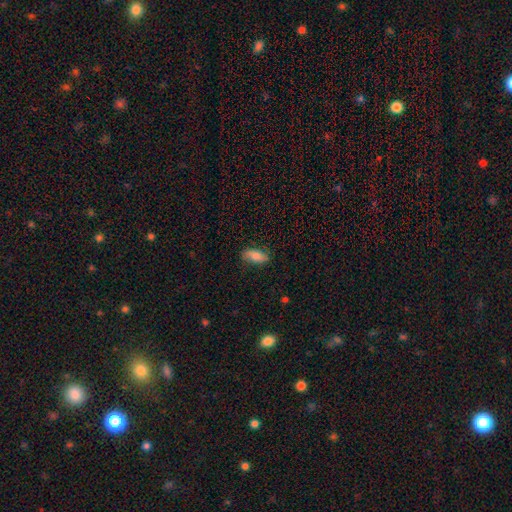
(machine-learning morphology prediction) type=smooth (75%); roundness=in between (87%); merging=none (80%).